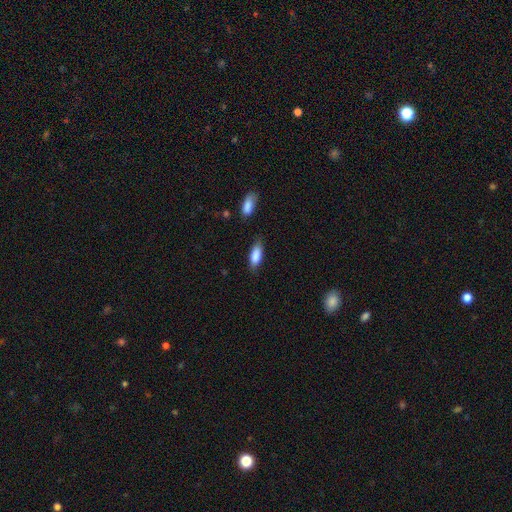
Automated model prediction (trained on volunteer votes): The model was most divided on "how rounded": in between: 73%, cigar-shaped: 25%, round: 2%. More confident: smooth or featured — smooth (86%); merging — none (77%).